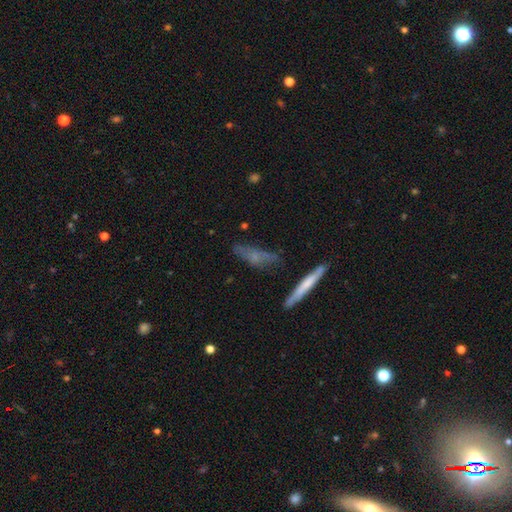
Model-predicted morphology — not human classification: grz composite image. It shows a smooth galaxy with no disk features (46%). Merging: none (65%).